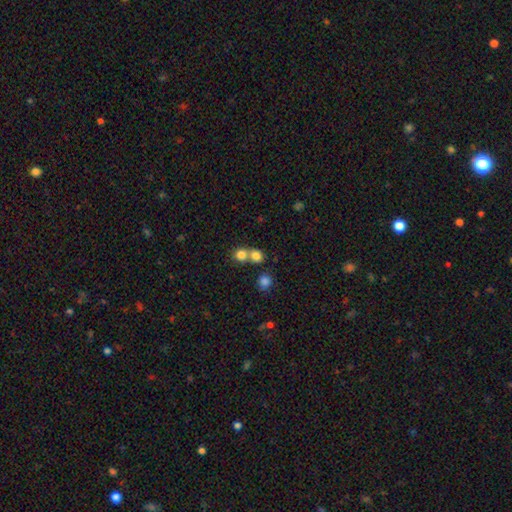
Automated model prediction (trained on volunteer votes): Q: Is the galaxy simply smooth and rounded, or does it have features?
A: smooth — 79%.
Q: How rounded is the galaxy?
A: round — 82%.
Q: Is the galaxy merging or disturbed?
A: merger — 49%.